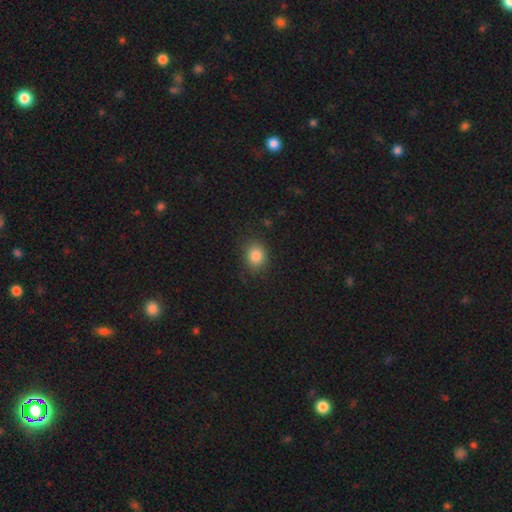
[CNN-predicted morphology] Smooth or featured: smooth — 85% (star or artifact — 10%)
How rounded: round — 55% (in between — 44%)
Merging: none — 83% (minor disturbance — 12%)